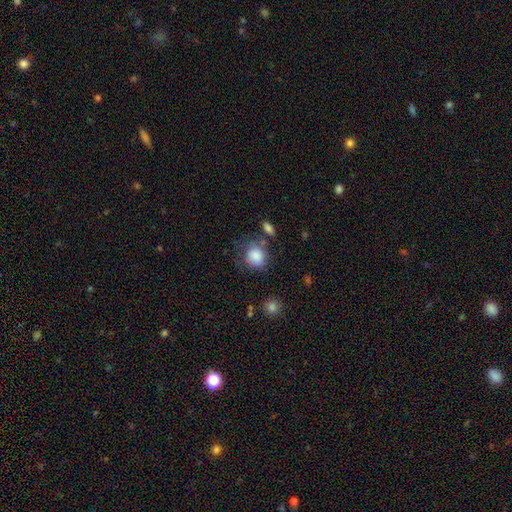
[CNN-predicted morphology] Smooth or featured? smooth (85%)
How rounded? round (76%)
Merging? none (59%)